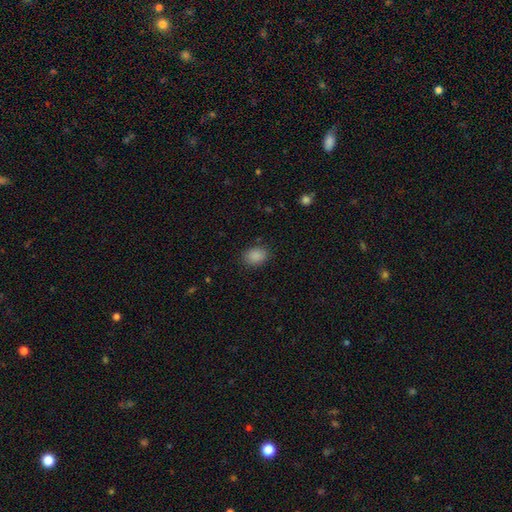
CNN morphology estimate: Smooth or featured? Predicted: smooth (p=0.88). How rounded? Predicted: in between (p=0.67). Merging? Predicted: none (p=0.85).